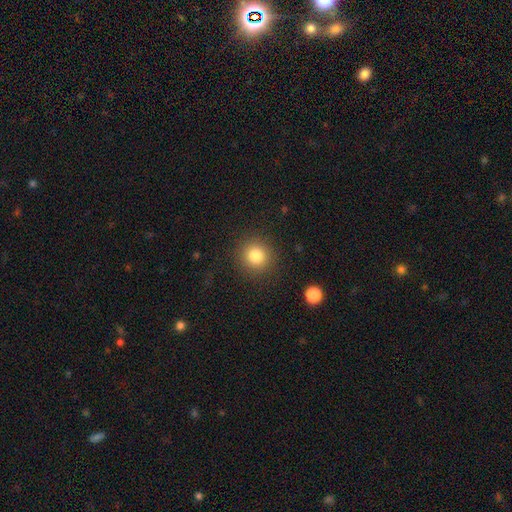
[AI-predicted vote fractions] Smooth or featured?
  - smooth: 81% *
  - star or artifact: 12%
  - featured or disk: 7%
How rounded?
  - round: 92% *
  - in between: 7%
  - cigar-shaped: 1%
Merging?
  - none: 89% *
  - minor disturbance: 7%
  - major disturbance: 3%
  - merger: 1%